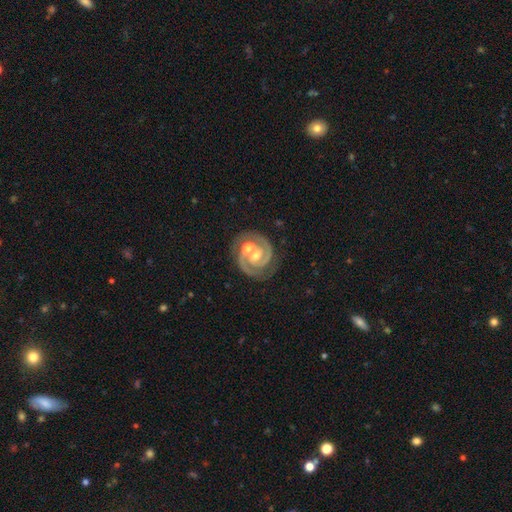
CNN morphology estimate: Overall: featured or disk (89%). Edge-on disk: no (98%). Bar: no (46%; weak 38%). Spiral arms: yes (97%). Spiral arm count: 2 (87%). Spiral winding: tight (62%; medium 34%). Bulge size: moderate (66%). Merging: none (63%).